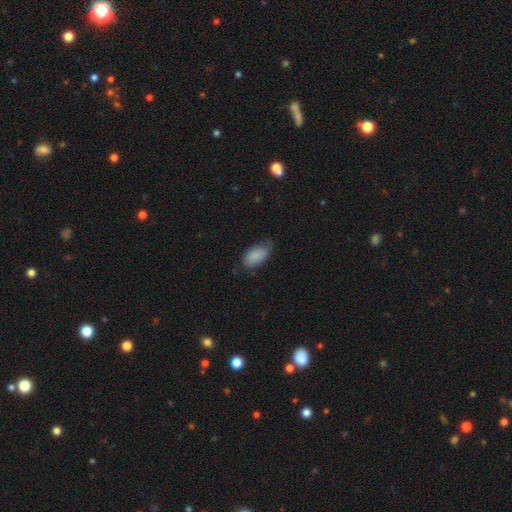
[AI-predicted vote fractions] A smooth galaxy with no disk features (87%) that is in between round and cigar-shaped (94%). Merging: none (57%).